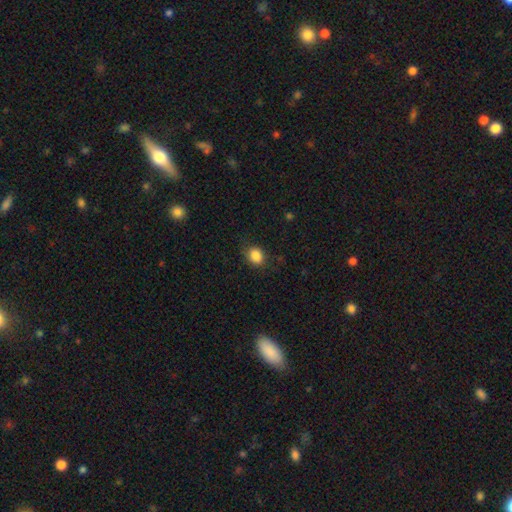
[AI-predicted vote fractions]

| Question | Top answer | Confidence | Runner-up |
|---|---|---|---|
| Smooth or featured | smooth | 86% | star or artifact (10%) |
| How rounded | round | 56% | in between (43%) |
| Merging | none | 78% | minor disturbance (16%) |